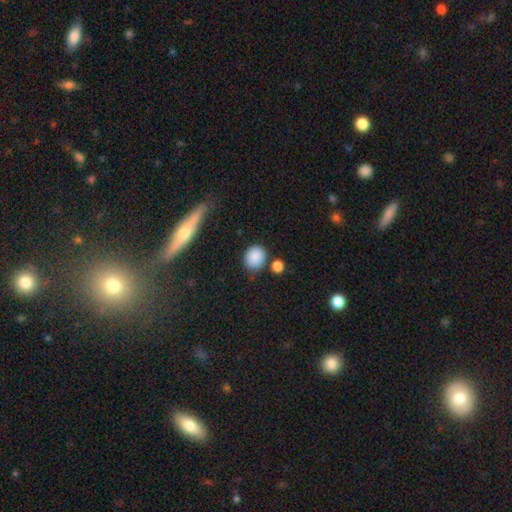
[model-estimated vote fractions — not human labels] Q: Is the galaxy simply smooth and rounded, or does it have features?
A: smooth — 87%.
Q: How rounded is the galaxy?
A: round — 72%.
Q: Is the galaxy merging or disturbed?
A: none — 75%.